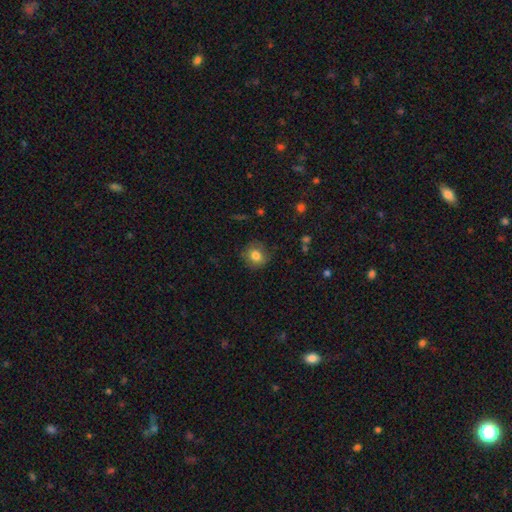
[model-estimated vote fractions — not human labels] A smooth galaxy with no disk features (80%) that is round (83%).

Vote fractions:
- Smooth or featured? smooth: 80% / featured or disk: 10% / star or artifact: 10%
- How rounded? round: 83% / in between: 16% / cigar-shaped: 1%
- Merging? none: 81% / minor disturbance: 14% / major disturbance: 4% / merger: 1%